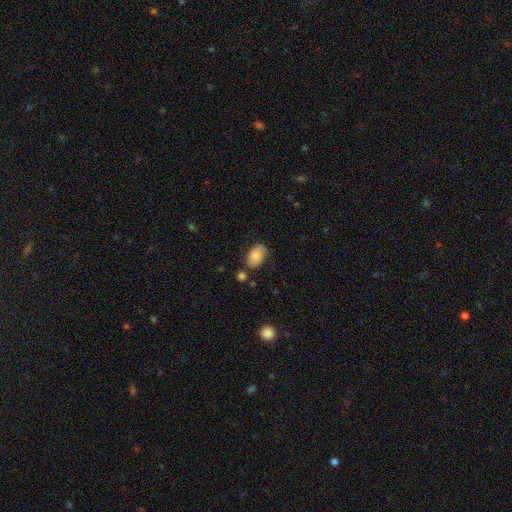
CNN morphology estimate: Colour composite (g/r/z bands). It shows a smooth galaxy with no disk features (81%) that is in between round and cigar-shaped (89%). Merging: none (64%).